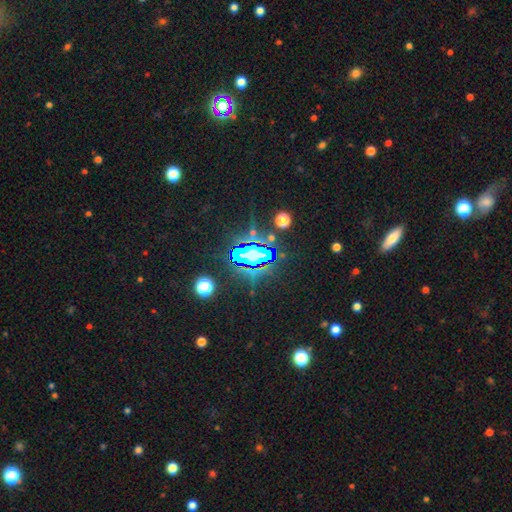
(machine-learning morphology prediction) Smooth or featured?
  - star or artifact: 74% *
  - smooth: 16%
  - featured or disk: 11%